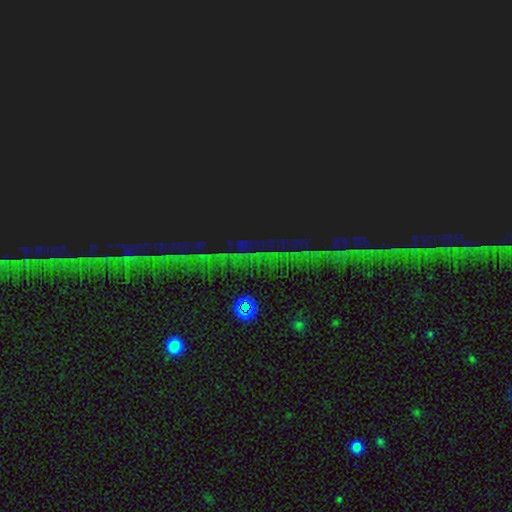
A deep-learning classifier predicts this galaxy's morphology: The model was most divided on "smooth or featured": star or artifact: 85%, smooth: 7%, featured or disk: 7%.